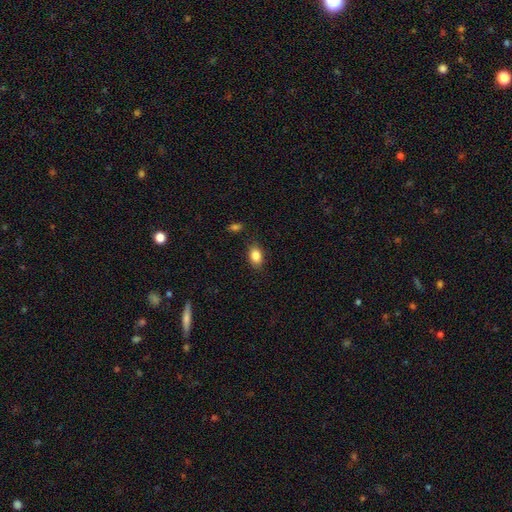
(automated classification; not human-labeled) smooth_or_featured: smooth (p=0.85) [alt: star or artifact p=0.08]
how_rounded: in between (p=0.85) [alt: round p=0.13]
merging: none (p=0.86) [alt: minor disturbance p=0.10]